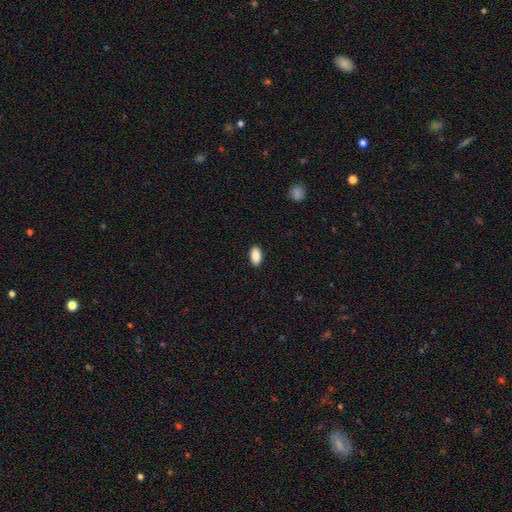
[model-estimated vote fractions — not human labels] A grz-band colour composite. It shows a smooth galaxy with no disk features (90%) that is in between round and cigar-shaped (93%). Merging: none (90%).